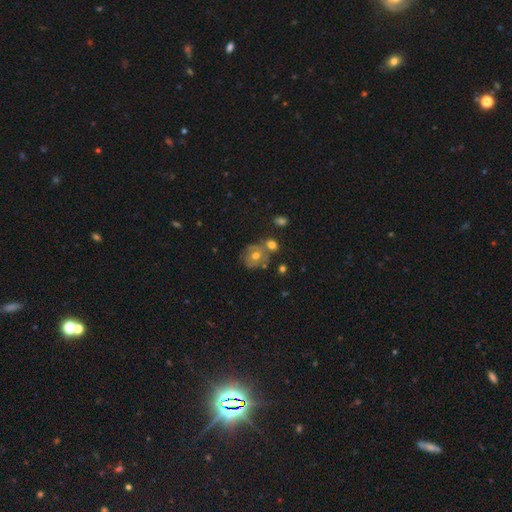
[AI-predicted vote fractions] Smooth or featured?
  - featured or disk: 51% *
  - smooth: 39%
  - star or artifact: 10%
Edge-on disk?
  - no: 96% *
  - yes: 4%
Merging?
  - none: 54% *
  - merger: 22%
  - minor disturbance: 17%
  - major disturbance: 7%